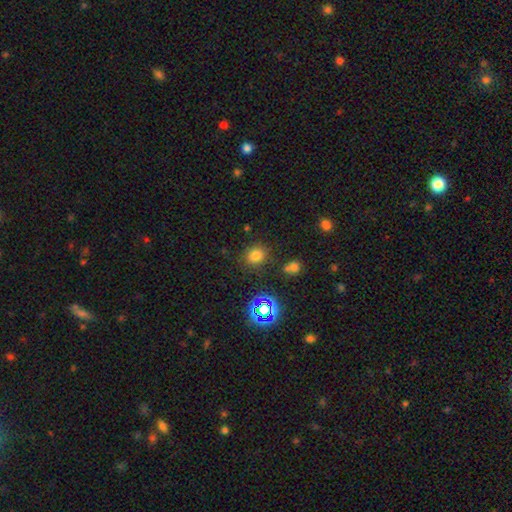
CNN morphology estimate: smooth 70%, star or artifact 23%, featured or disk 7%. Down the decision tree: how rounded — round (71%); merging — none (81%).